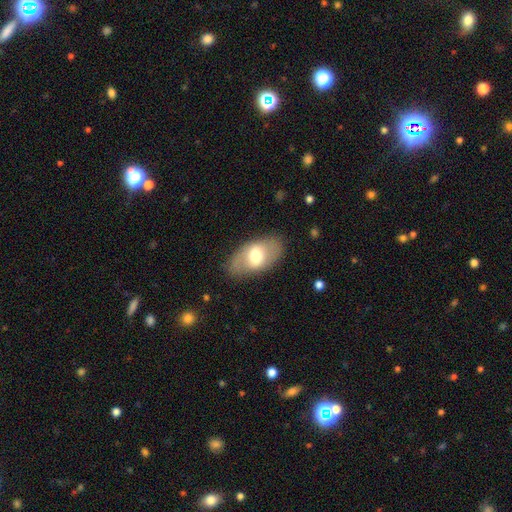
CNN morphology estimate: smooth 56%, featured or disk 38%, star or artifact 6%. Down the decision tree: how rounded — in between (92%); merging — none (80%).